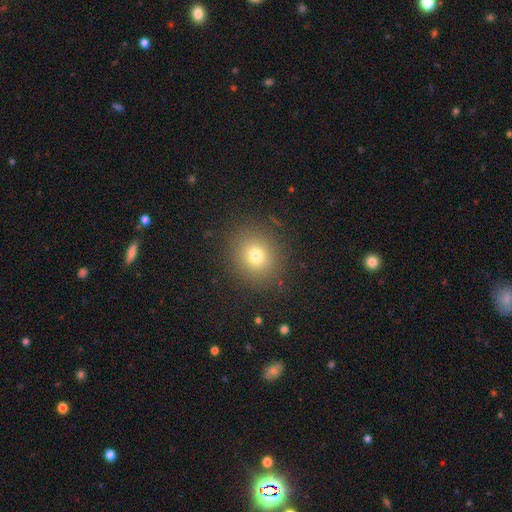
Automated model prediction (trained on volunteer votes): smooth_or_featured: smooth (p=0.73) [alt: star or artifact p=0.16]
how_rounded: round (p=0.80) [alt: in between p=0.19]
merging: none (p=0.87) [alt: minor disturbance p=0.08]